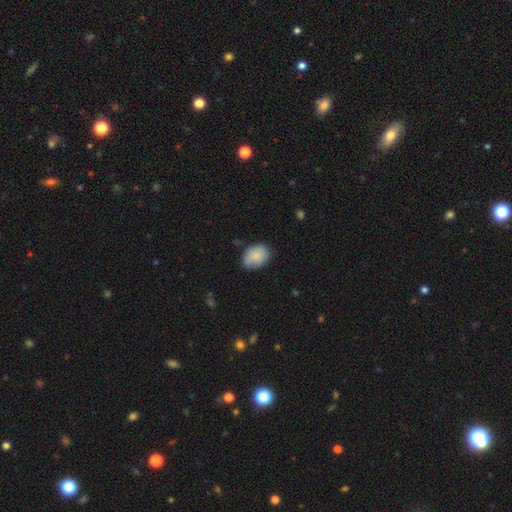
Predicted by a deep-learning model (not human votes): Smooth or featured? Predicted: smooth (p=0.81). How rounded? Predicted: in between (p=0.77). Merging? Predicted: none (p=0.70).